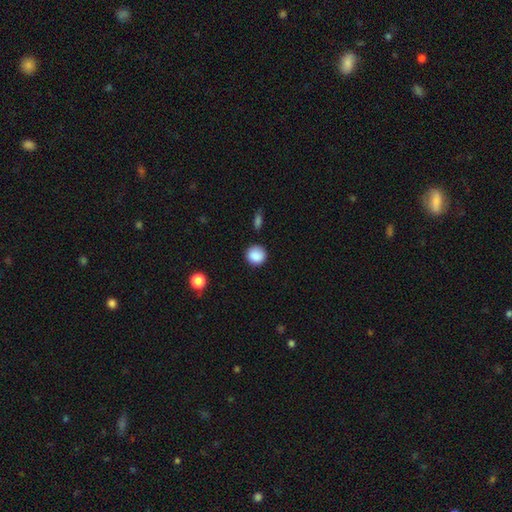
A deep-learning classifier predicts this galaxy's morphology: The model was most divided on "merging": none: 88%, minor disturbance: 9%, major disturbance: 2%, merger: 2%. More confident: how rounded — round (92%); smooth or featured — smooth (89%).